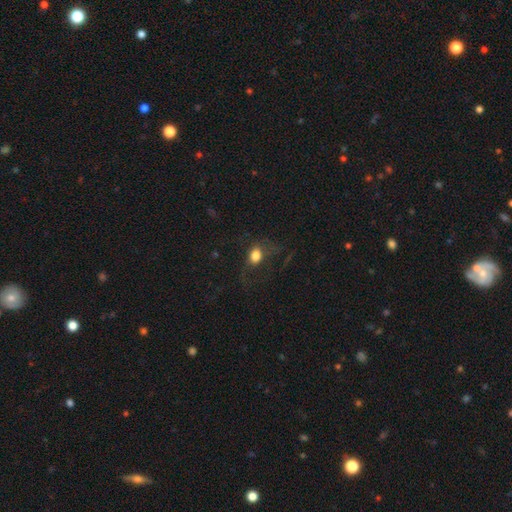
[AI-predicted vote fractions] smooth_or_featured: smooth (p=0.72) [alt: featured or disk p=0.16]
how_rounded: in between (p=0.60) [alt: round p=0.38]
merging: none (p=0.45) [alt: major disturbance p=0.34]